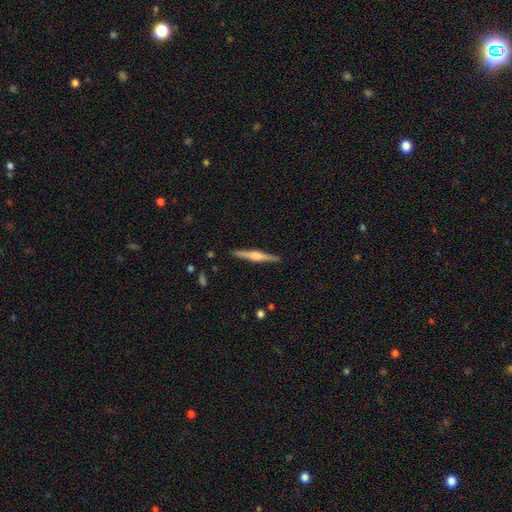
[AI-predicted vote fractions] This appears to be a featured or disk galaxy (72%) viewed edge-on (98%) with a rounded central bulge (75%). Merging: none (91%).